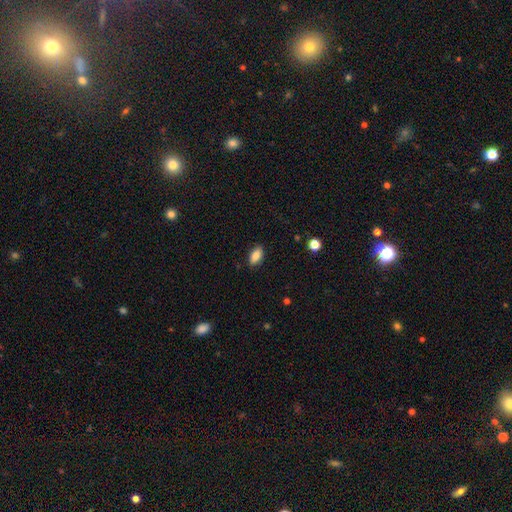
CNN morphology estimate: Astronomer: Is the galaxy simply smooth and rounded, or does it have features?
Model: smooth — 86%.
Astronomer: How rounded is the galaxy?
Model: in between — 90%.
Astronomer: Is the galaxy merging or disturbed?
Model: none — 87%.